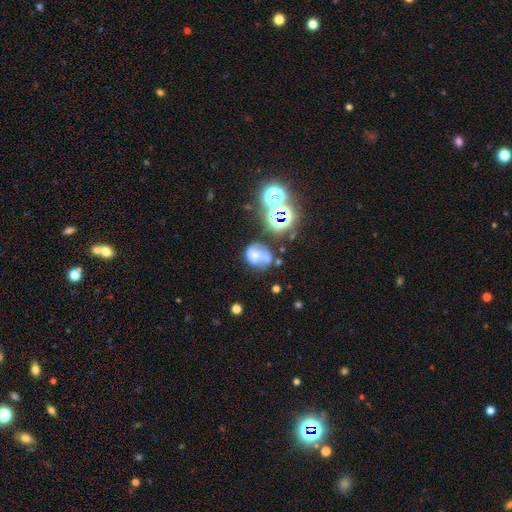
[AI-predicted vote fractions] Q: Smooth or featured?
A: featured or disk (45%); runner-up: smooth (35%)
Q: Merging?
A: merger (32%); runner-up: none (27%)